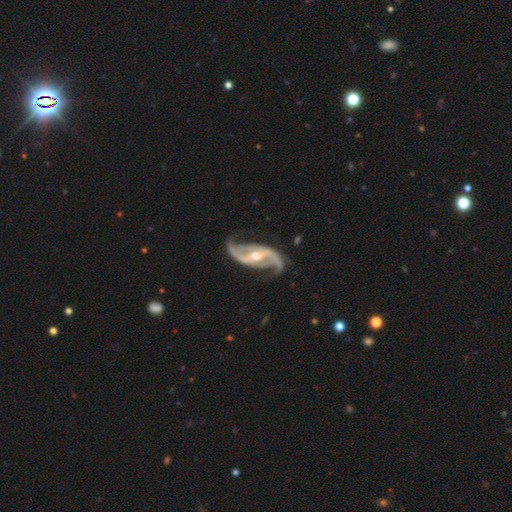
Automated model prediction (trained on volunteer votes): Overall: featured or disk (93%). Edge-on disk: no (97%). Bar: strong (48%; weak 35%). Spiral arms: yes (98%). Spiral arm count: 2 (92%). Spiral winding: loose (48%; medium 41%). Bulge size: moderate (55%; small 40%). Merging: none (75%).